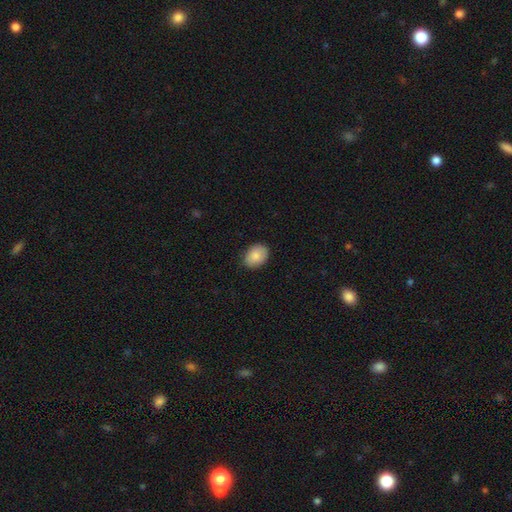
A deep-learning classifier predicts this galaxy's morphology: Smooth or featured? smooth (85%)
How rounded? in between (75%)
Merging? none (85%)